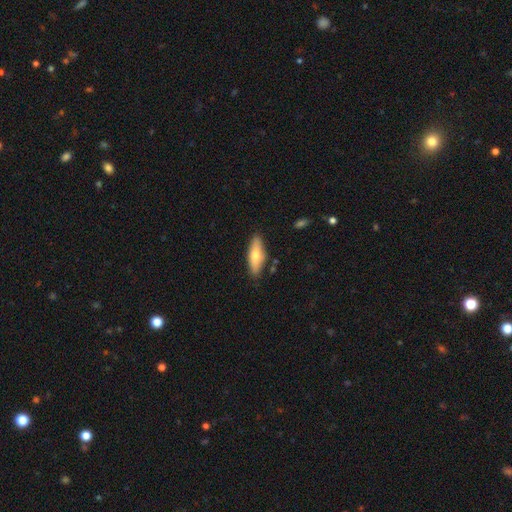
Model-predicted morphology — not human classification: smooth-or-featured: smooth: 70% | featured or disk: 24% | star or artifact: 6%
  how-rounded: in between: 59% | cigar-shaped: 38% | round: 2%
  merging: none: 81% | minor disturbance: 14% | merger: 3% | major disturbance: 2%